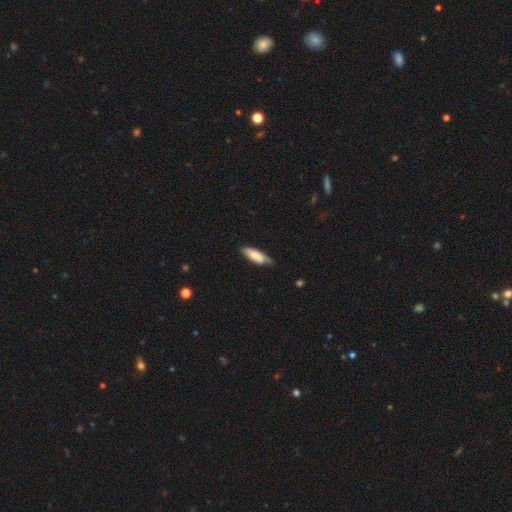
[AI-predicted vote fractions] A smooth galaxy with no disk features (73%) that is in between round and cigar-shaped (56%). Merging: none (62%).